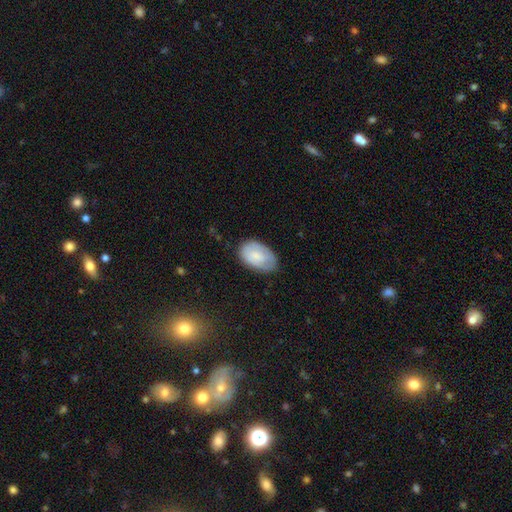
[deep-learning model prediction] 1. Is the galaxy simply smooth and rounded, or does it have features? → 65% smooth, 28% featured or disk, 6% star or artifact.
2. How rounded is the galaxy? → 91% in between, 8% round, 1% cigar-shaped.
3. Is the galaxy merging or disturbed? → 73% none, 21% minor disturbance, 5% major disturbance, 1% merger.